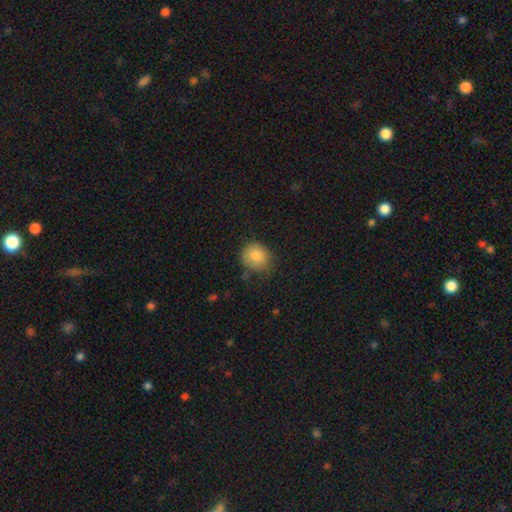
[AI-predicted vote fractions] Overall: smooth (82%). How rounded: round (78%). Merging: none (71%).